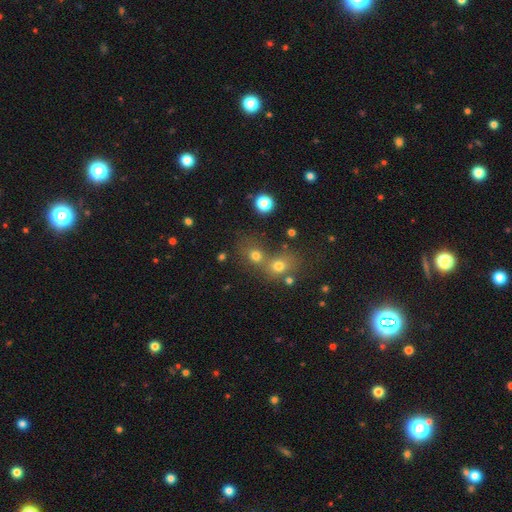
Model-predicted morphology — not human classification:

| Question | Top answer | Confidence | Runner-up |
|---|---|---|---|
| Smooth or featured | smooth | 71% | star or artifact (18%) |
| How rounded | round | 73% | in between (26%) |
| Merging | merger | 45% | none (43%) |